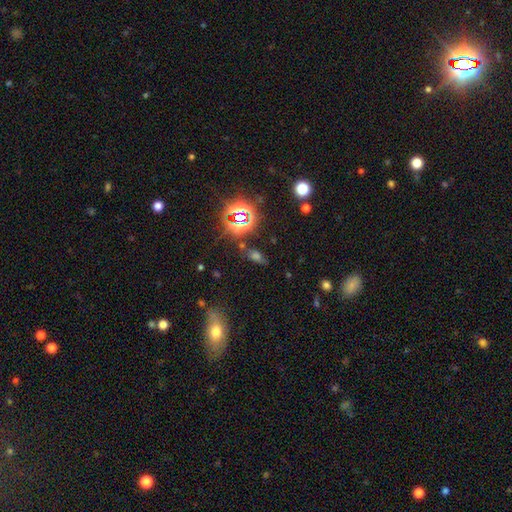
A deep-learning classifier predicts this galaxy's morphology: This is possibly a star or artifact rather than a galaxy (51%).